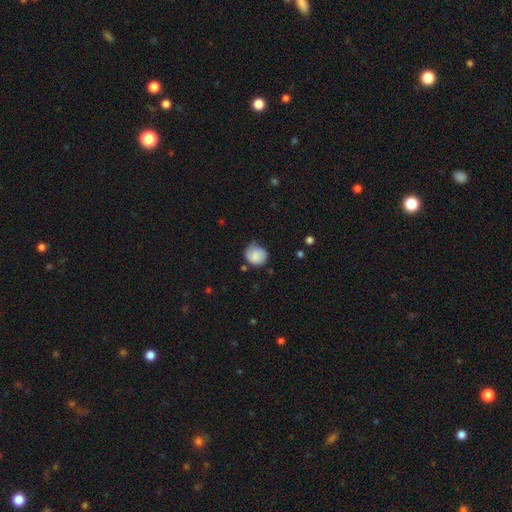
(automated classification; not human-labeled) The model was most divided on "merging": none: 60%, minor disturbance: 30%, major disturbance: 8%, merger: 2%. More confident: how rounded — round (82%); smooth or featured — smooth (82%).